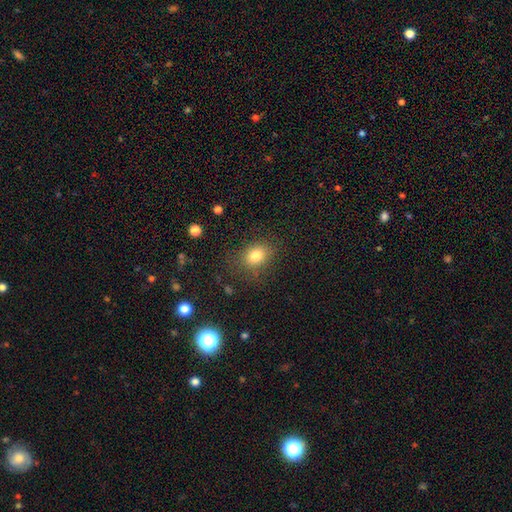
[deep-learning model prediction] A smooth galaxy with no disk features (80%) that is in between round and cigar-shaped (59%).

Vote fractions:
- Smooth or featured? smooth: 80% / star or artifact: 11% / featured or disk: 8%
- How rounded? in between: 59% / round: 40% / cigar-shaped: 1%
- Merging? none: 78% / minor disturbance: 15% / major disturbance: 6% / merger: 2%